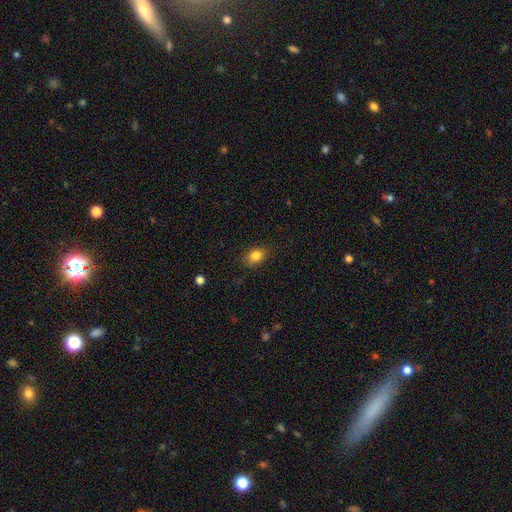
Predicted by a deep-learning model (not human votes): Q: Smooth or featured?
A: smooth (83%); runner-up: star or artifact (10%)
Q: How rounded?
A: in between (59%); runner-up: round (39%)
Q: Merging?
A: none (81%); runner-up: minor disturbance (14%)